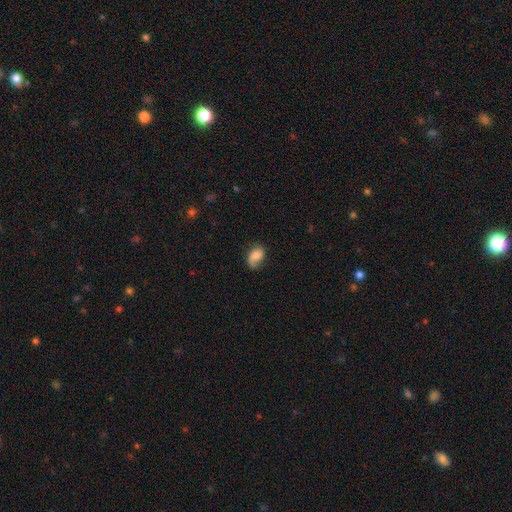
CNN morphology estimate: Overall: smooth (52%; featured or disk 39%). How rounded: in between (76%). Merging: none (49%; minor disturbance 28%).